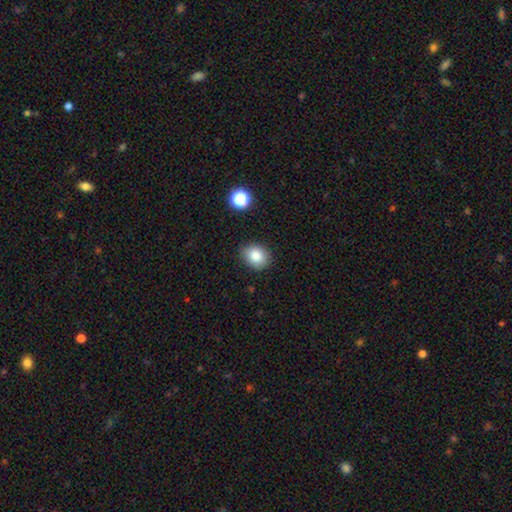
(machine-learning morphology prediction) Smooth or featured? Predicted: smooth (p=0.84). How rounded? Predicted: round (p=0.54). Merging? Predicted: none (p=0.84).